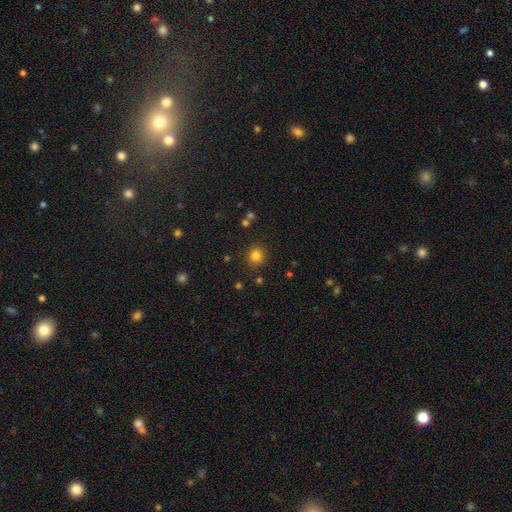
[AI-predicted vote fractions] smooth_or_featured: smooth (p=0.80) [alt: star or artifact p=0.14]
how_rounded: round (p=0.91) [alt: in between p=0.09]
merging: none (p=0.87) [alt: minor disturbance p=0.07]